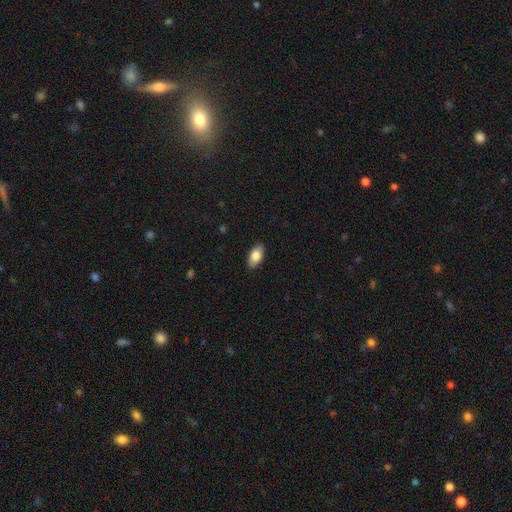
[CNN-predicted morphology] Smooth or featured: smooth — 81% (featured or disk — 12%)
How rounded: in between — 92% (cigar-shaped — 5%)
Merging: none — 88% (minor disturbance — 9%)